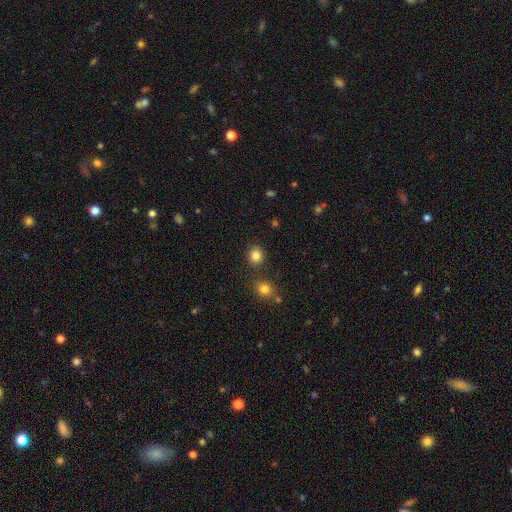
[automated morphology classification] Smooth or featured? Predicted: smooth (p=0.84). How rounded? Predicted: round (p=0.83). Merging? Predicted: none (p=0.86).